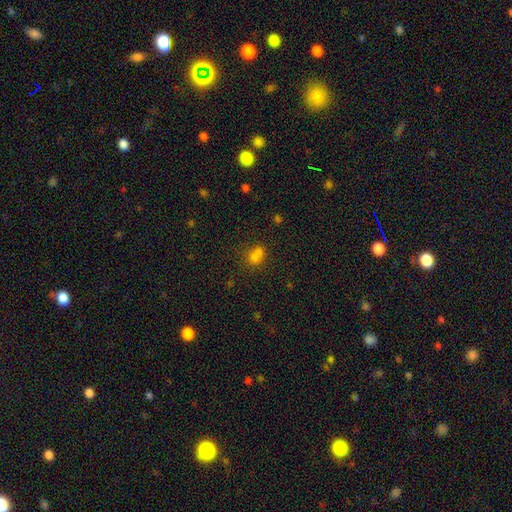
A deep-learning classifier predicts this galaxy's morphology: smooth-or-featured: smooth: 72% | star or artifact: 19% | featured or disk: 10%
  how-rounded: in between: 51% | round: 47% | cigar-shaped: 2%
  merging: none: 45% | merger: 35% | minor disturbance: 14% | major disturbance: 7%